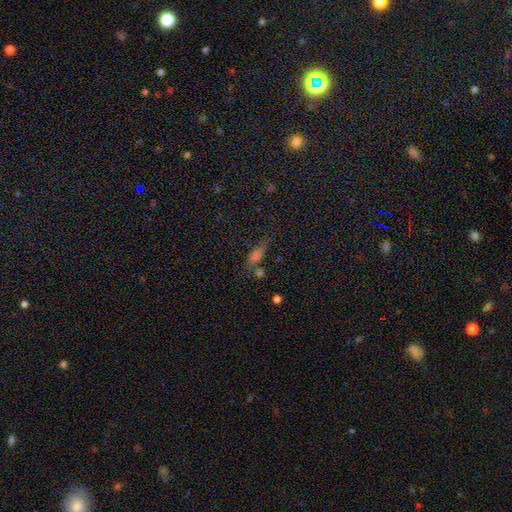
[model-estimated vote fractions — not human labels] This appears to be a smooth galaxy with no disk features (57%) that is in between round and cigar-shaped (57%). Merging: none (55%).